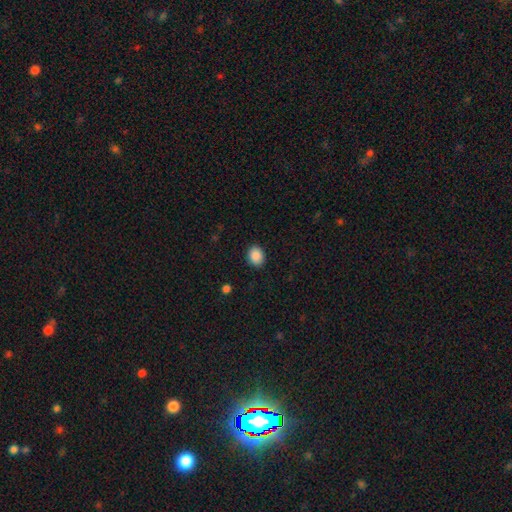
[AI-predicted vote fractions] Smooth or featured?
  - smooth: 89% *
  - star or artifact: 8%
  - featured or disk: 3%
How rounded?
  - round: 51% *
  - in between: 48%
  - cigar-shaped: 1%
Merging?
  - none: 90% *
  - minor disturbance: 7%
  - major disturbance: 2%
  - merger: 1%